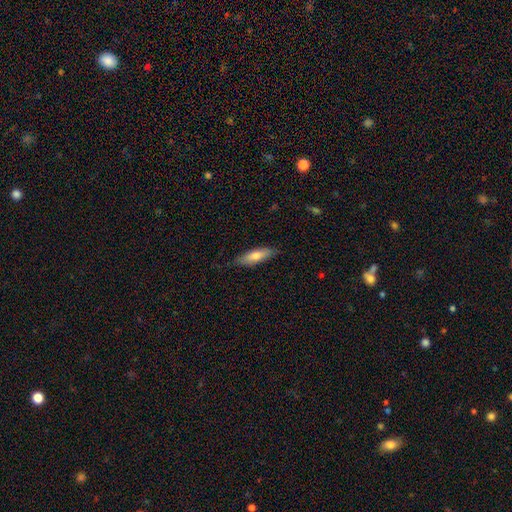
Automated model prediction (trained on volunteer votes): Smooth or featured?
  - smooth: 71% *
  - featured or disk: 23%
  - star or artifact: 6%
How rounded?
  - cigar-shaped: 55% *
  - in between: 44%
  - round: 2%
Merging?
  - none: 83% *
  - minor disturbance: 14%
  - major disturbance: 2%
  - merger: 1%